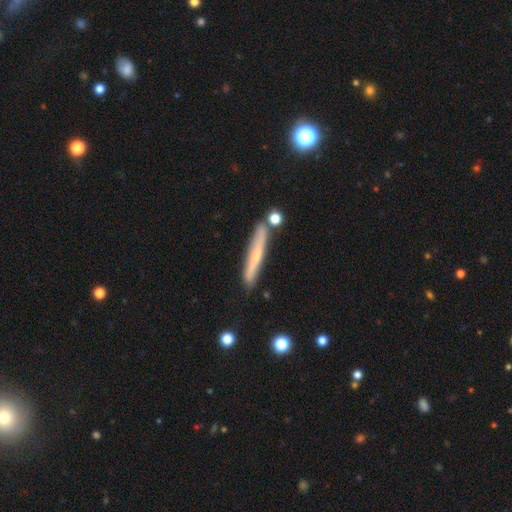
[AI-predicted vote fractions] Morphology: type=smooth (47%); merging=none (79%).